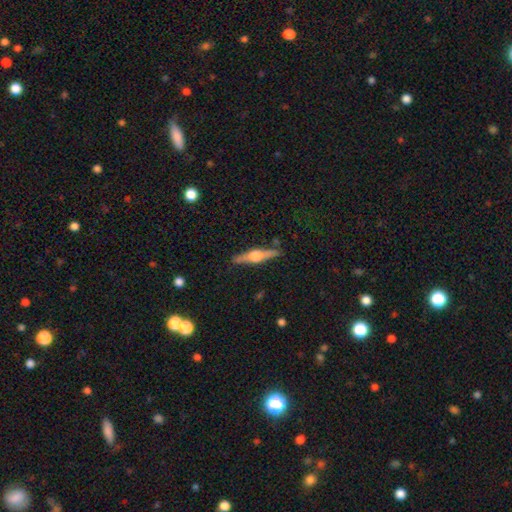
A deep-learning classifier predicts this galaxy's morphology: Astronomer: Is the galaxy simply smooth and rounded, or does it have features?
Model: featured or disk — 77%.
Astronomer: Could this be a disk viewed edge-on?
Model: yes — 97%.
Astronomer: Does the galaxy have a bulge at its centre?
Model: rounded — 92%.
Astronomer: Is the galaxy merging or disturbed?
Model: none — 88%.